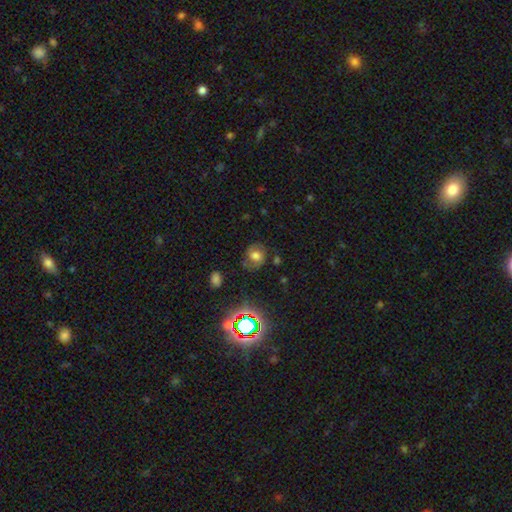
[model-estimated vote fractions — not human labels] The model was most divided on "smooth or featured": smooth: 54%, featured or disk: 28%, star or artifact: 18%. More confident: merging — none (69%); how rounded — round (68%).